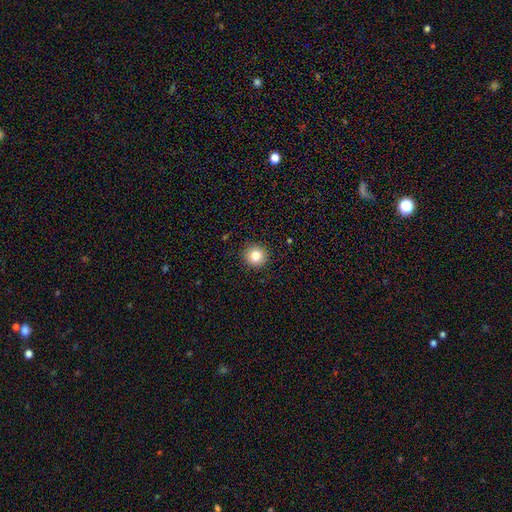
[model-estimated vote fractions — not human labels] The model was most divided on "smooth or featured": smooth: 83%, star or artifact: 10%, featured or disk: 6%. More confident: how rounded — round (94%); merging — none (91%).